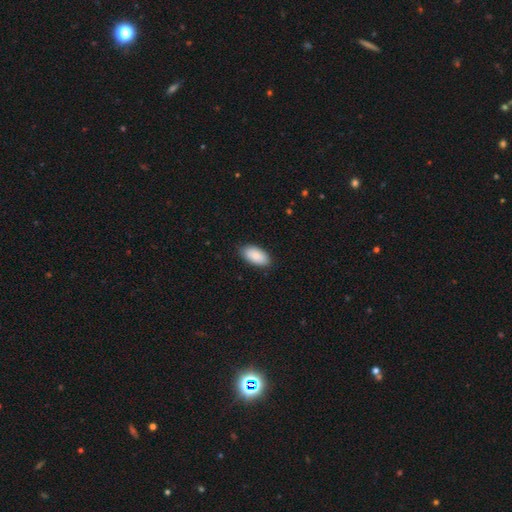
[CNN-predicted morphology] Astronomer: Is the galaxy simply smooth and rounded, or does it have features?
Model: smooth — 86%.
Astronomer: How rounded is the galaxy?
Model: in between — 95%.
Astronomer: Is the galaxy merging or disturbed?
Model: none — 86%.